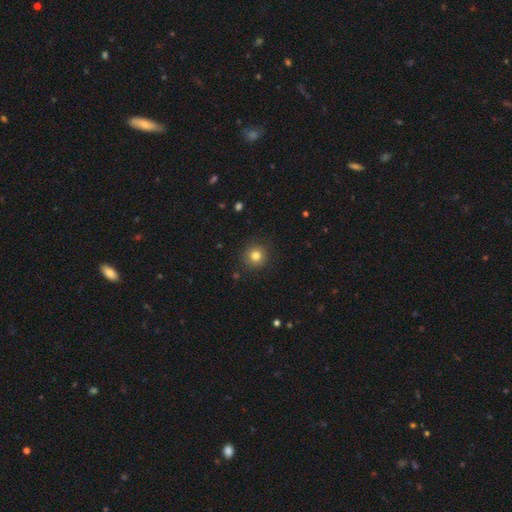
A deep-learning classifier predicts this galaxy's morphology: A smooth galaxy with no disk features (81%) that is round (93%). Merging: none (89%).